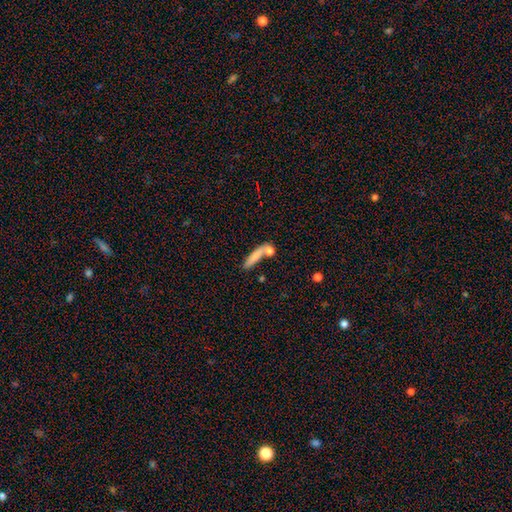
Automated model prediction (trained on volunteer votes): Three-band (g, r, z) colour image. It shows a smooth galaxy with no disk features (75%) that is cigar-shaped (79%). Merging: none (61%).